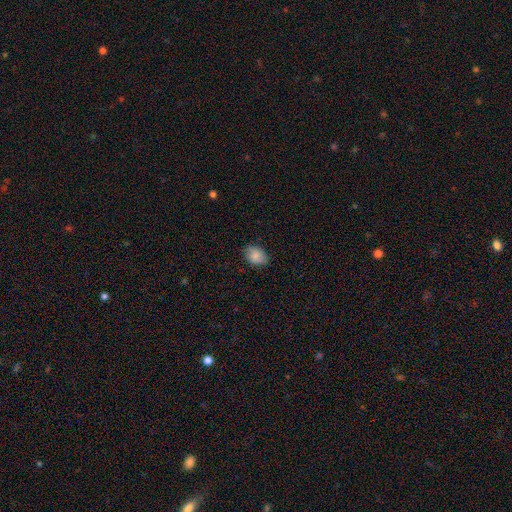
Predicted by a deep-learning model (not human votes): smooth_or_featured: smooth (p=0.86) [alt: star or artifact p=0.07]
how_rounded: in between (p=0.80) [alt: round p=0.19]
merging: none (p=0.81) [alt: minor disturbance p=0.15]